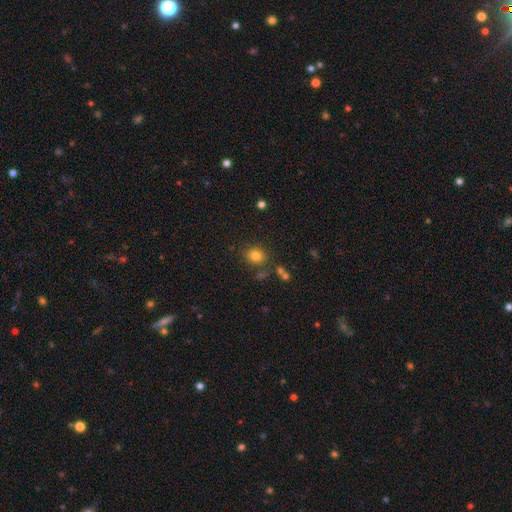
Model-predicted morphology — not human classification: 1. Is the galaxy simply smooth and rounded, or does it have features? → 81% smooth, 13% star or artifact, 6% featured or disk.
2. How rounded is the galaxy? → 74% round, 25% in between, 1% cigar-shaped.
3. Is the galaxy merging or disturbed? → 80% none, 11% minor disturbance, 6% merger, 4% major disturbance.